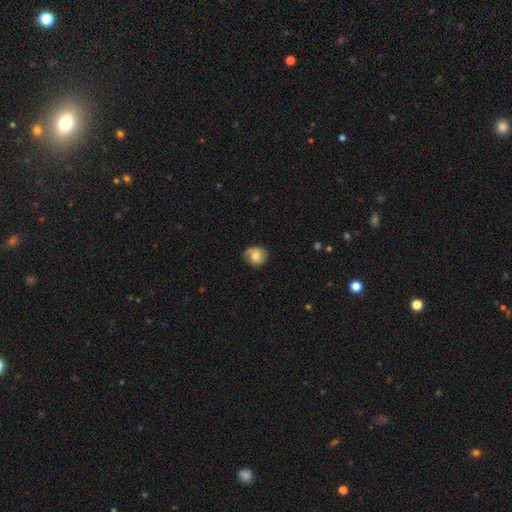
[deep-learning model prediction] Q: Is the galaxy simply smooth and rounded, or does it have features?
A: smooth — 61%.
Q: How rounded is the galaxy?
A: round — 77%.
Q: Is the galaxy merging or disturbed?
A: none — 68%.